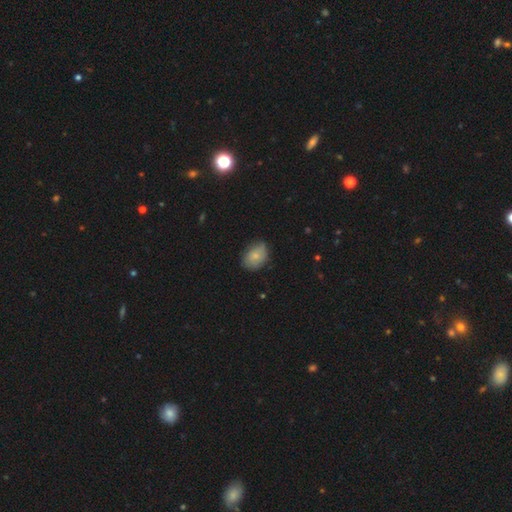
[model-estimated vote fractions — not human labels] smooth 76%, featured or disk 16%, star or artifact 8%. Down the decision tree: how rounded — in between (71%); merging — none (70%).